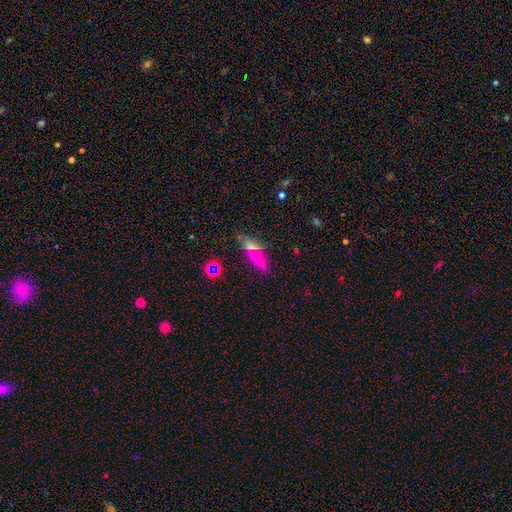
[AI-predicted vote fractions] Morphology: type=smooth (58%); roundness=cigar-shaped (65%); merging=none (80%).